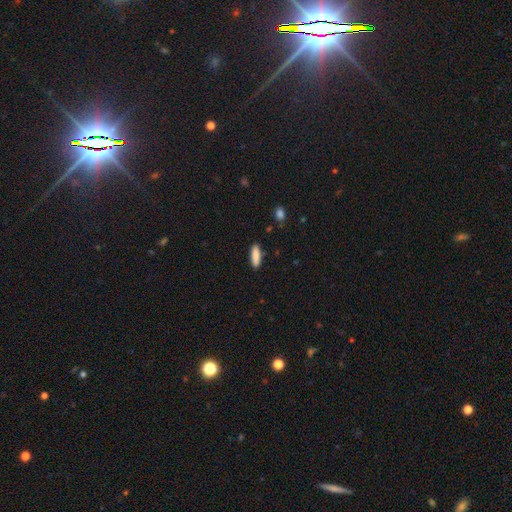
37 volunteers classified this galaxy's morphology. Smooth or featured?
  - smooth: 86% *
  - featured or disk: 11%
  - star or artifact: 3%
How rounded?
  - cigar-shaped: 81% *
  - in between: 19%
  - round: 0%
Merging?
  - none: 86% *
  - minor disturbance: 8%
  - major disturbance: 6%
  - merger: 0%